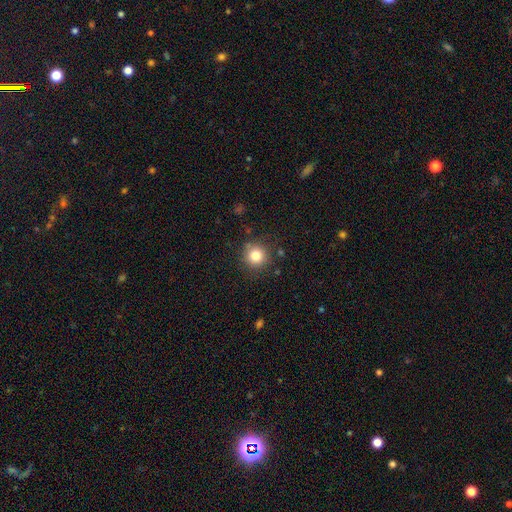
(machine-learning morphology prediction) The model was most divided on "smooth or featured": smooth: 81%, star or artifact: 12%, featured or disk: 7%. More confident: how rounded — round (93%); merging — none (86%).